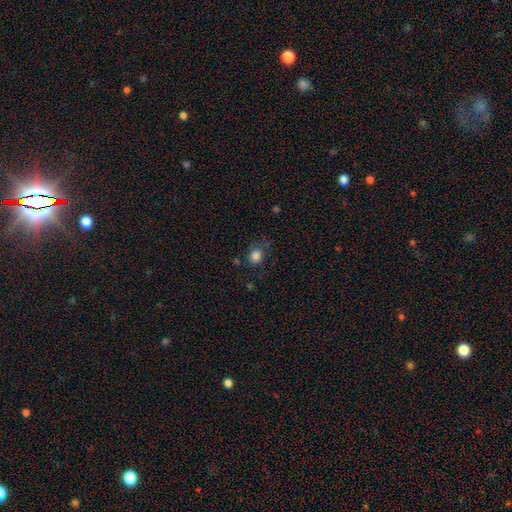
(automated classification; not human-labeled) Smooth or featured?
  - smooth: 83% *
  - star or artifact: 11%
  - featured or disk: 5%
How rounded?
  - round: 65% *
  - in between: 34%
  - cigar-shaped: 1%
Merging?
  - none: 67% *
  - minor disturbance: 21%
  - major disturbance: 8%
  - merger: 4%